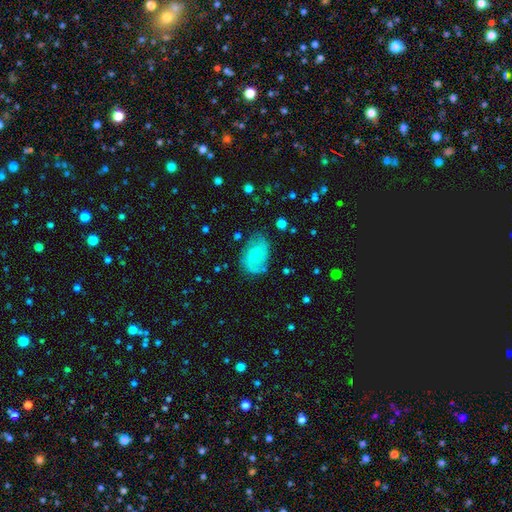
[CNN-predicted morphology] This is possibly a smooth galaxy (47%). Merging: likely none (64%).